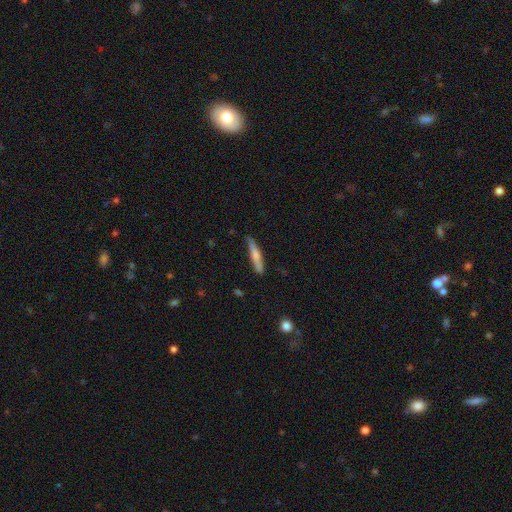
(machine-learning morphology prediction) smooth 63%, featured or disk 31%, star or artifact 6%. Down the decision tree: how rounded — cigar-shaped (92%); merging — none (80%).